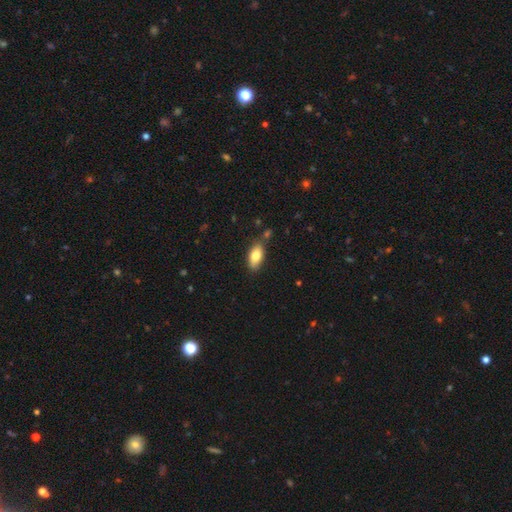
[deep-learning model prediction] Overall: smooth (79%). How rounded: in between (88%). Merging: none (78%).